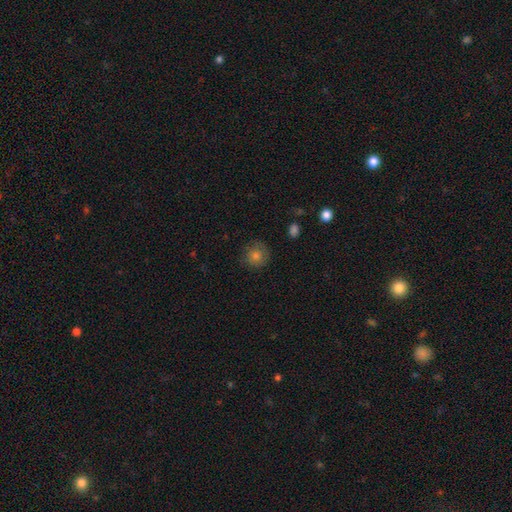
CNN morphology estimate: Overall: smooth (72%). How rounded: round (92%). Merging: none (82%).